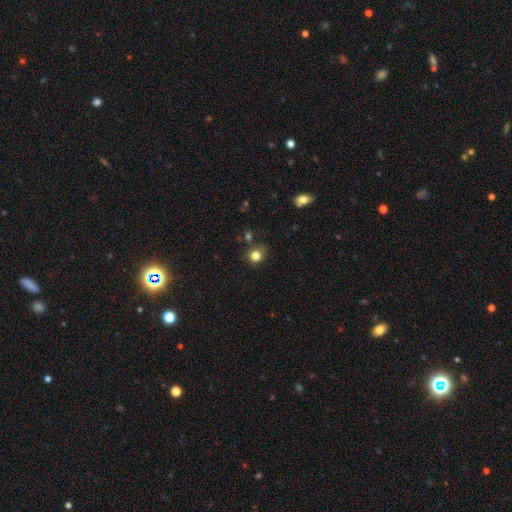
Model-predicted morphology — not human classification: The model was most divided on "how rounded": round: 82%, in between: 17%, cigar-shaped: 1%. More confident: smooth or featured — smooth (81%); merging — none (80%).